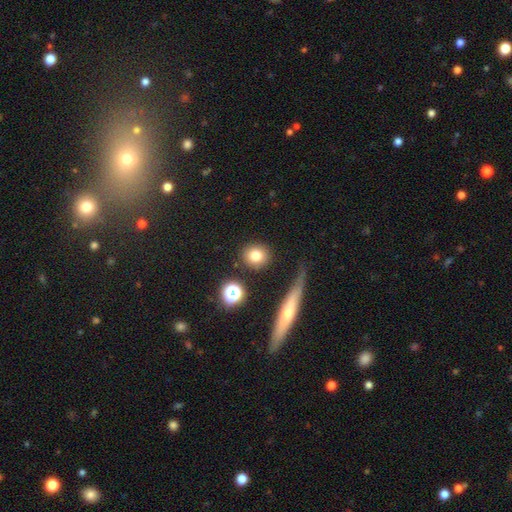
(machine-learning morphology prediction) A smooth galaxy with no disk features (79%) that is round (84%).

Vote fractions:
- Smooth or featured? smooth: 79% / star or artifact: 11% / featured or disk: 10%
- How rounded? round: 84% / in between: 14% / cigar-shaped: 2%
- Merging? none: 85% / minor disturbance: 8% / merger: 4% / major disturbance: 3%